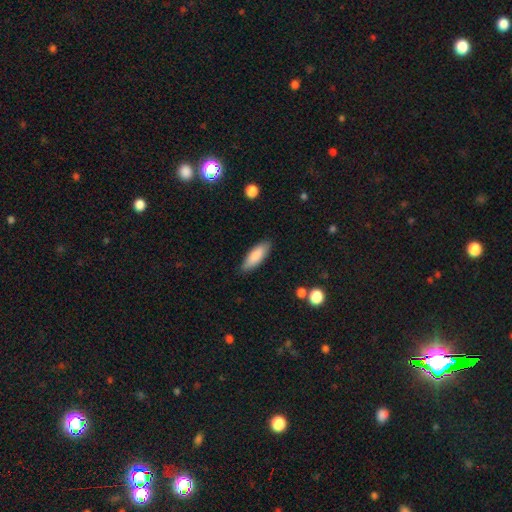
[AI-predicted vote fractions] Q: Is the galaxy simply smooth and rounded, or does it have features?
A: smooth — 85%.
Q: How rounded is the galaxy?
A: in between — 61%.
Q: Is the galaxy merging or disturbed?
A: none — 85%.